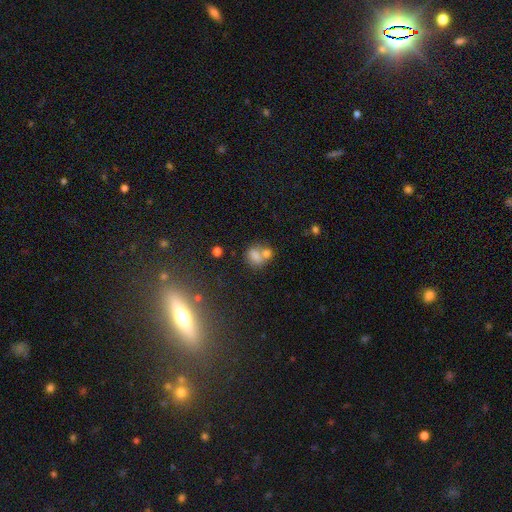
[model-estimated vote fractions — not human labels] Overall: smooth (66%). How rounded: round (51%; in between 47%). Merging: merger (45%; none 39%).